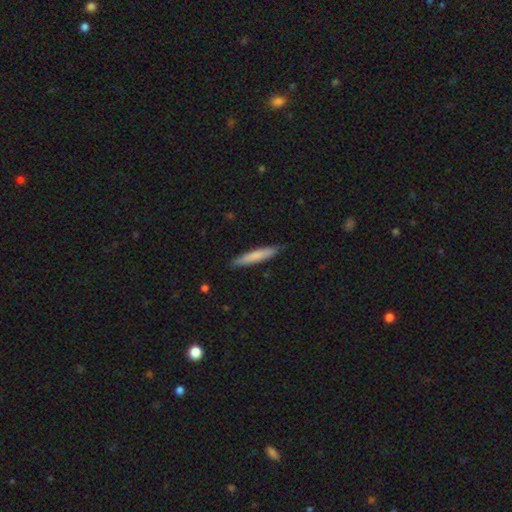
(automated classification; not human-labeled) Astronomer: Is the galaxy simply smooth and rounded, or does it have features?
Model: smooth — 75%.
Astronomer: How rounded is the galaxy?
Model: cigar-shaped — 92%.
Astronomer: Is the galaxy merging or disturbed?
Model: none — 86%.